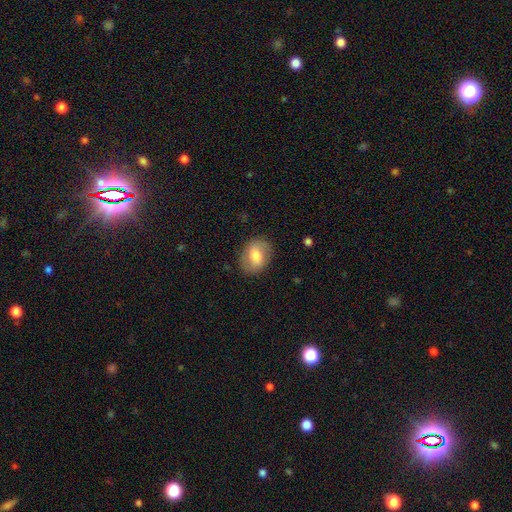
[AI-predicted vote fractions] Morphology: type=smooth (61%); roundness=in between (62%); merging=none (83%).